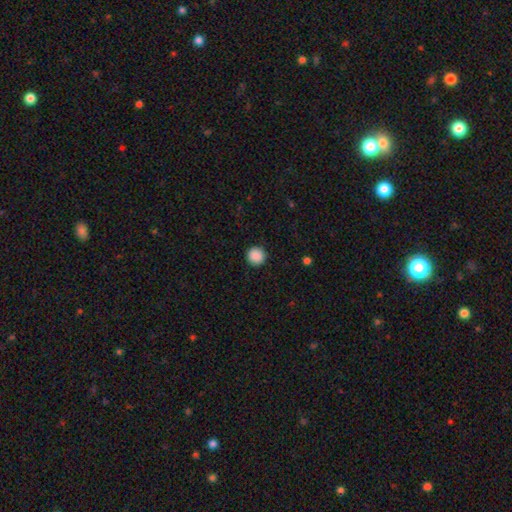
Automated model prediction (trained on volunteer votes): Q: Smooth or featured?
A: smooth (89%); runner-up: star or artifact (9%)
Q: How rounded?
A: round (96%); runner-up: in between (3%)
Q: Merging?
A: none (93%); runner-up: minor disturbance (5%)